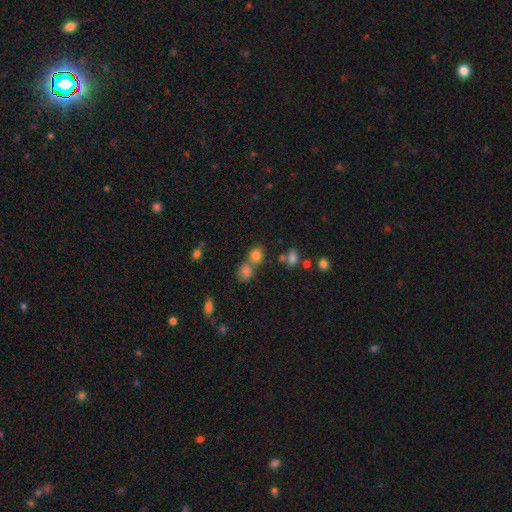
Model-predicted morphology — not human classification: Overall: smooth (77%). How rounded: round (70%). Merging: none (45%; merger 43%).